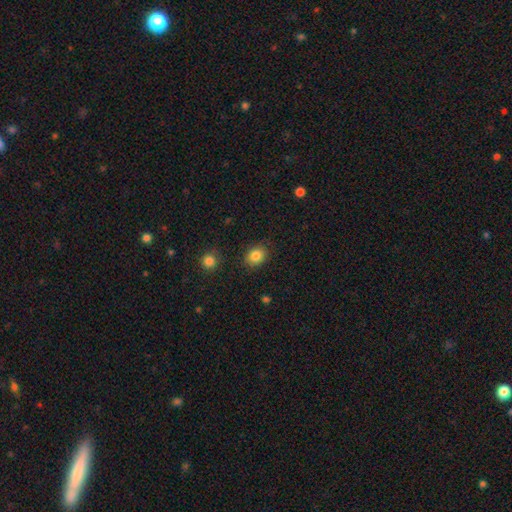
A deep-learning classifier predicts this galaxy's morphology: This is clearly a smooth galaxy (85%). How rounded: possibly round (55%). Merging: clearly none (85%).